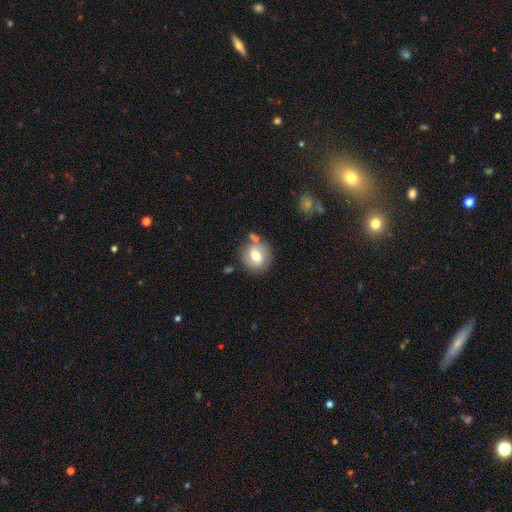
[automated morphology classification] Smooth or featured? smooth (59%)
How rounded? round (80%)
Merging? none (71%)